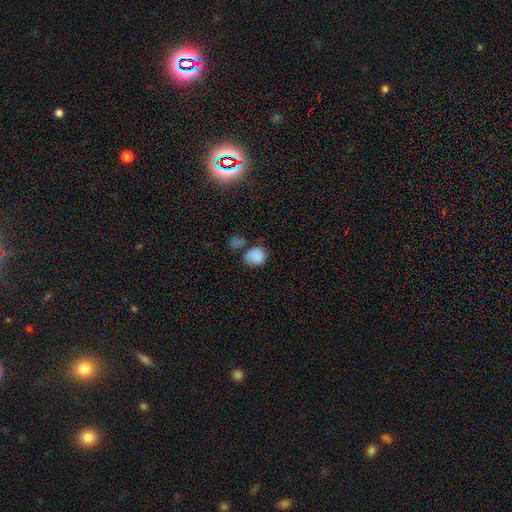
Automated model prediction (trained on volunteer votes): This appears to be a smooth galaxy with no disk features (83%) that is round (61%). Merging: none (50%).